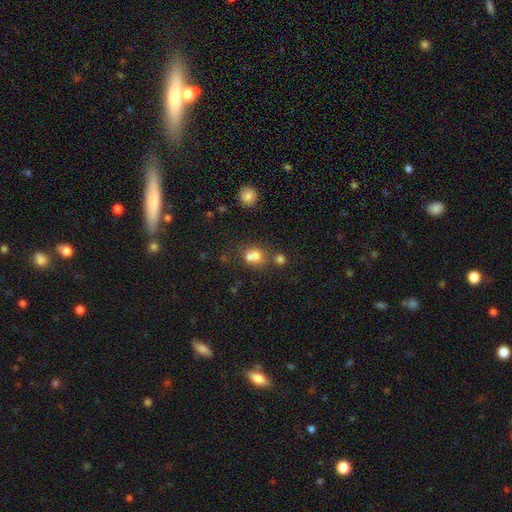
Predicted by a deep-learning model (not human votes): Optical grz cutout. It shows a smooth galaxy with no disk features (70%) that is round (67%). Merging: merger (55%).